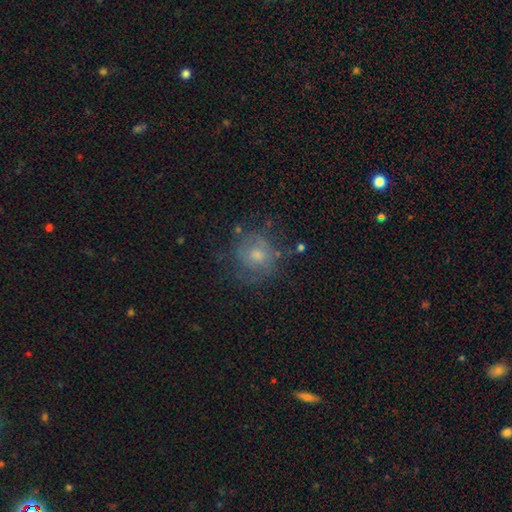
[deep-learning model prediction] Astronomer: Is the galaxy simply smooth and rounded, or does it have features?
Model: smooth — 47% (runner-up: featured or disk, 40%).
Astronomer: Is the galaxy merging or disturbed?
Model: none — 62%.